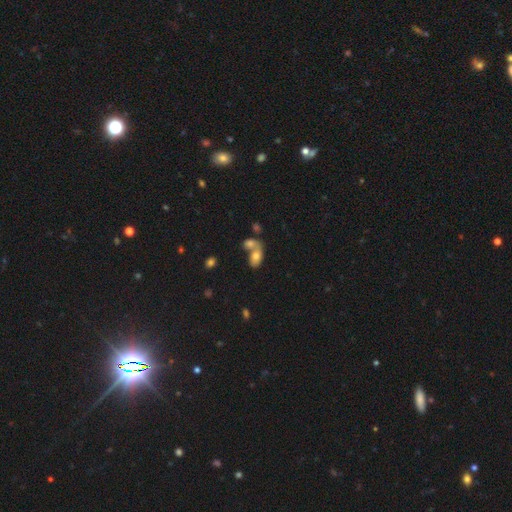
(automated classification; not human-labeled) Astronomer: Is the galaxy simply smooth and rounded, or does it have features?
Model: smooth — 75%.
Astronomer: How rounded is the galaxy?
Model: in between — 89%.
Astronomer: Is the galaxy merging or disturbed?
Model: merger — 63%.